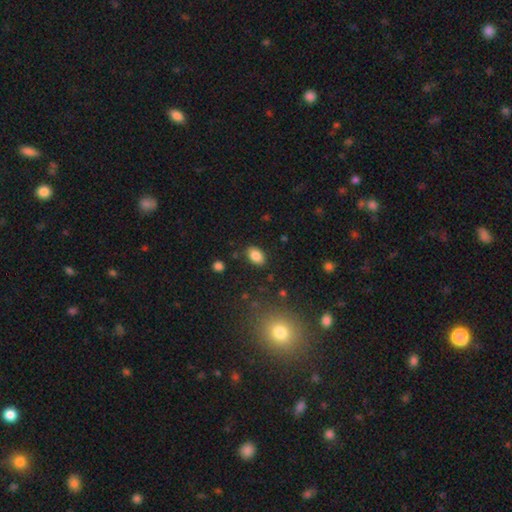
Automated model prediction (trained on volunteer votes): Smooth or featured?
  - smooth: 85% *
  - star or artifact: 9%
  - featured or disk: 6%
How rounded?
  - in between: 89% *
  - round: 10%
  - cigar-shaped: 2%
Merging?
  - none: 85% *
  - minor disturbance: 10%
  - major disturbance: 3%
  - merger: 2%